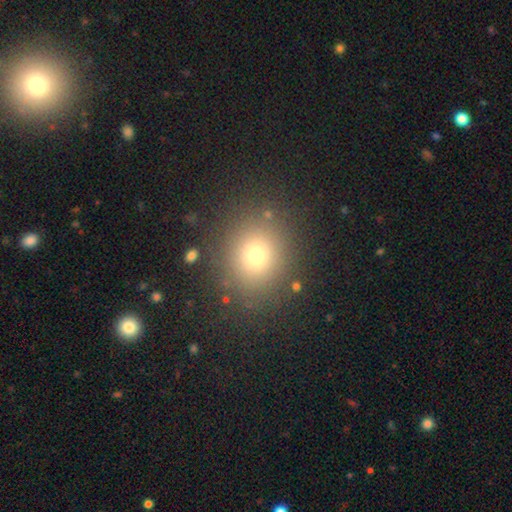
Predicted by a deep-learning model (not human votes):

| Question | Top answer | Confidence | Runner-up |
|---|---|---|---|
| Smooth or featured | smooth | 73% | star or artifact (19%) |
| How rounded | round | 77% | in between (22%) |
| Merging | none | 88% | minor disturbance (7%) |